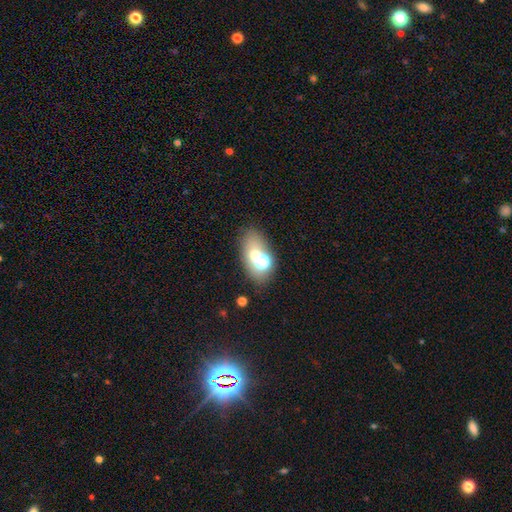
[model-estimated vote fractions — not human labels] A smooth galaxy with no disk features (58%) that is in between round and cigar-shaped (75%).

Vote fractions:
- Smooth or featured? smooth: 58% / featured or disk: 26% / star or artifact: 16%
- How rounded? in between: 75% / round: 22% / cigar-shaped: 3%
- Merging? none: 56% / merger: 27% / minor disturbance: 11% / major disturbance: 6%